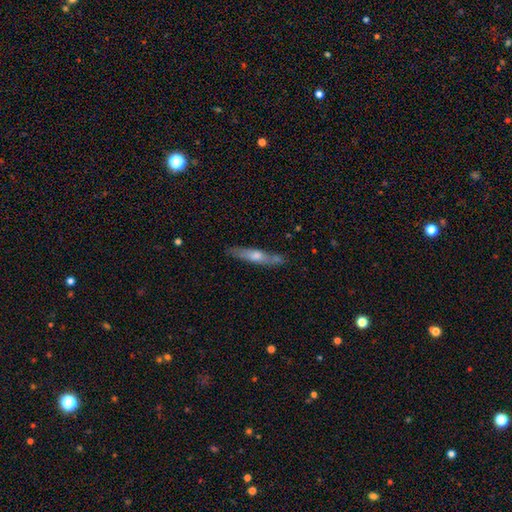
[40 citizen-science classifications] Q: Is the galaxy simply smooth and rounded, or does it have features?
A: smooth — 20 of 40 (50%).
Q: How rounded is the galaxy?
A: cigar-shaped — 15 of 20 (75%).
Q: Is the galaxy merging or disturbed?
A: none — 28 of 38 (74%).